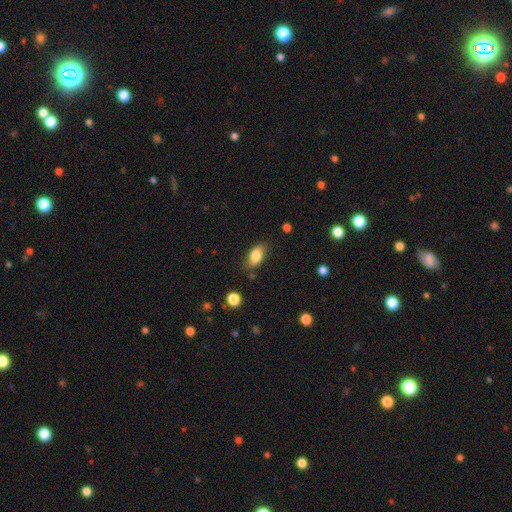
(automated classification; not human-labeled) smooth-or-featured: smooth: 82% | featured or disk: 11% | star or artifact: 8%
  how-rounded: in between: 88% | cigar-shaped: 6% | round: 6%
  merging: none: 79% | minor disturbance: 15% | major disturbance: 3% | merger: 3%